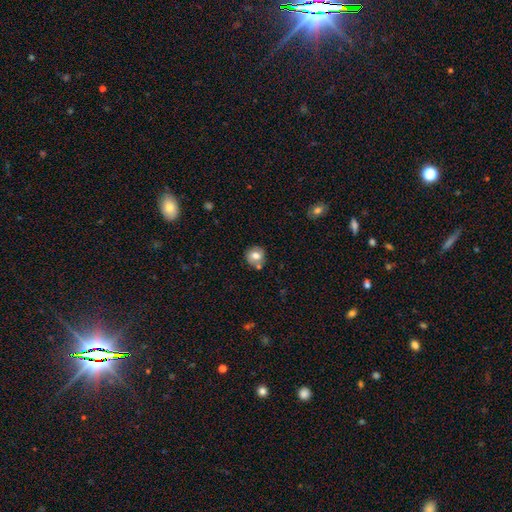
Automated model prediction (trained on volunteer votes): Smooth or featured: smooth — 75% (featured or disk — 16%)
How rounded: round — 86% (in between — 13%)
Merging: none — 73% (minor disturbance — 13%)